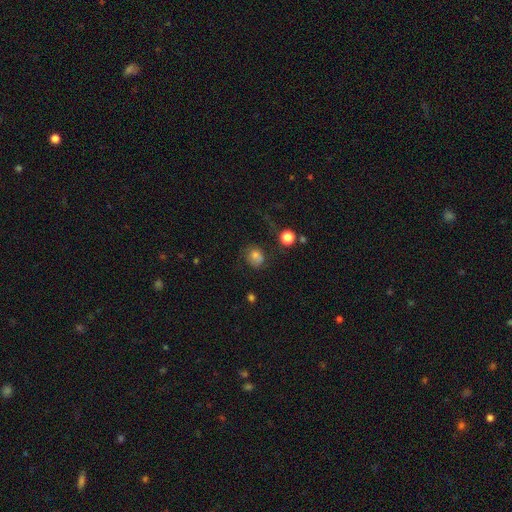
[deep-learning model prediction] This appears to be a smooth galaxy with no disk features (73%) that is round (67%). Merging: none (57%).